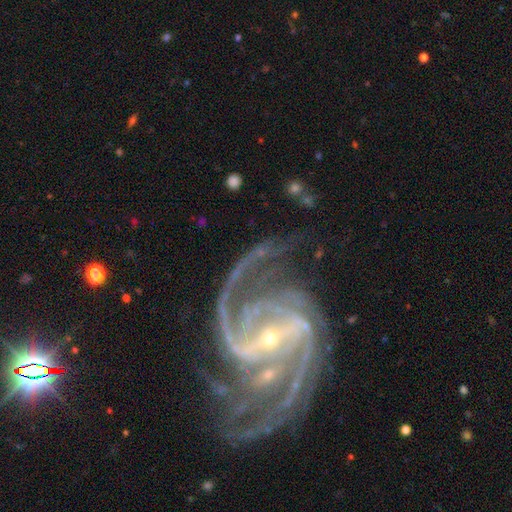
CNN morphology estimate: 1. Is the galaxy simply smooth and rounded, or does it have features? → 92% featured or disk, 6% star or artifact, 2% smooth.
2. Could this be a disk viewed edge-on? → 98% no, 2% yes.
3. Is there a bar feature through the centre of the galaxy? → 69% strong, 21% weak, 9% no.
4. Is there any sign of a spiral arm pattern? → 98% yes, 2% no.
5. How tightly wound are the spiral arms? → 53% medium, 33% tight, 14% loose.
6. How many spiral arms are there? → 41% 2, 23% 3, 11% 4, 10% can't tell, 8% more than 4, 7% 1.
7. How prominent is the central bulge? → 80% small, 16% moderate, 1% none, 1% large, 1% dominant.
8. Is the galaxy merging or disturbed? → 55% none, 19% major disturbance, 18% minor disturbance, 8% merger.